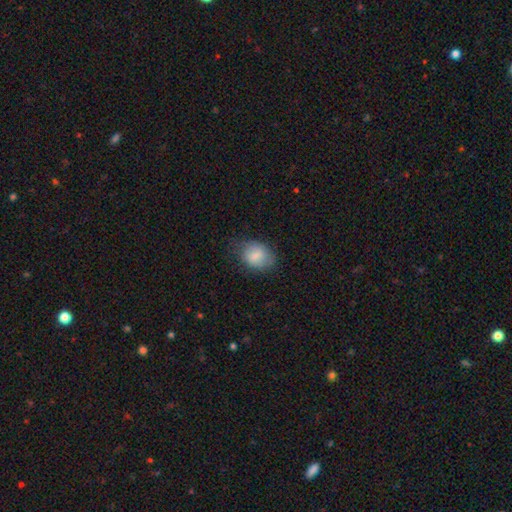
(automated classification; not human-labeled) Smooth or featured? Predicted: smooth (p=0.79). How rounded? Predicted: in between (p=0.63). Merging? Predicted: none (p=0.67).